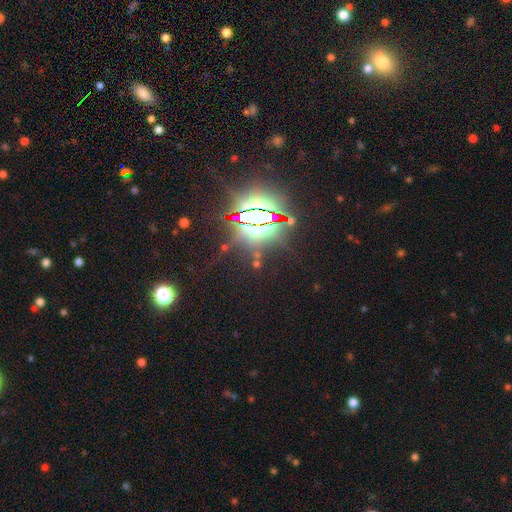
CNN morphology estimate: smooth-or-featured: star or artifact: 85% | featured or disk: 9% | smooth: 7%